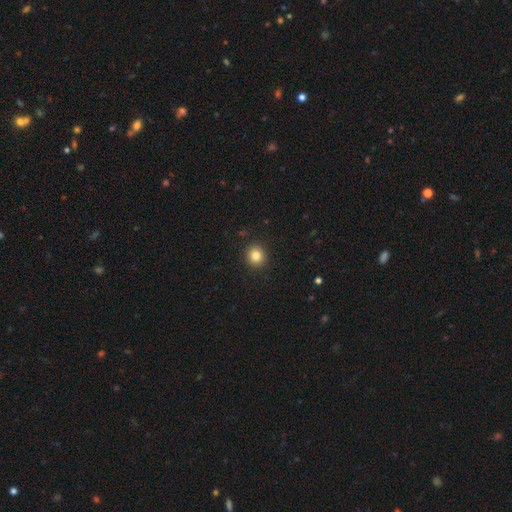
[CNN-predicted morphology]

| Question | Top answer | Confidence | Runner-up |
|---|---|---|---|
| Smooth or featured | smooth | 83% | star or artifact (11%) |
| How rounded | round | 90% | in between (9%) |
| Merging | none | 92% | minor disturbance (5%) |